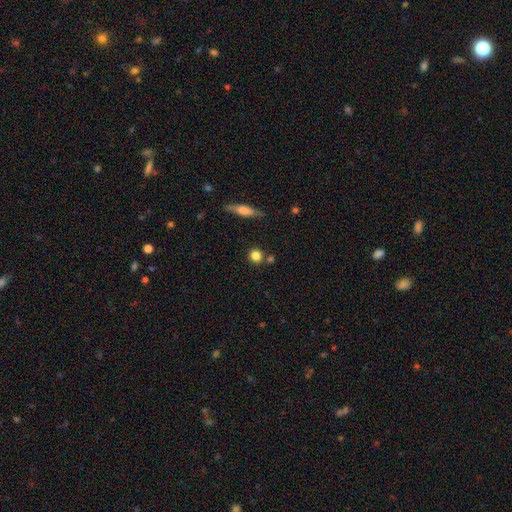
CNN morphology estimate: This is clearly a smooth galaxy (81%). How rounded: clearly round (88%). Merging: likely none (77%).